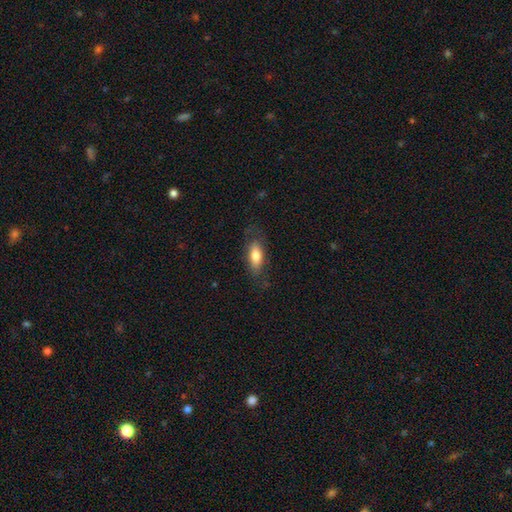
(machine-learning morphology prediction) Smooth or featured? Predicted: smooth (p=0.72). How rounded? Predicted: in between (p=0.76). Merging? Predicted: none (p=0.71).